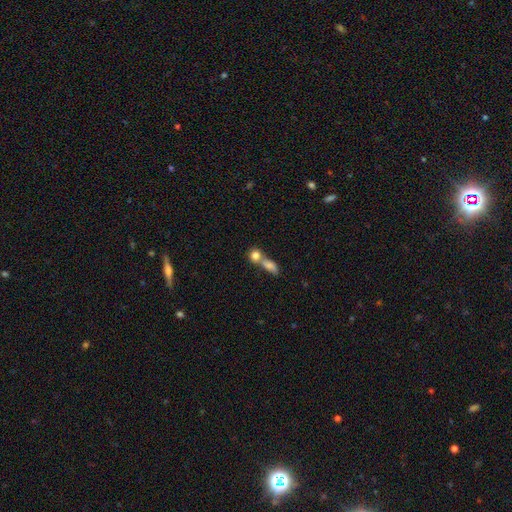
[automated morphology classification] type=smooth (81%); roundness=round (64%); merging=merger (57%).